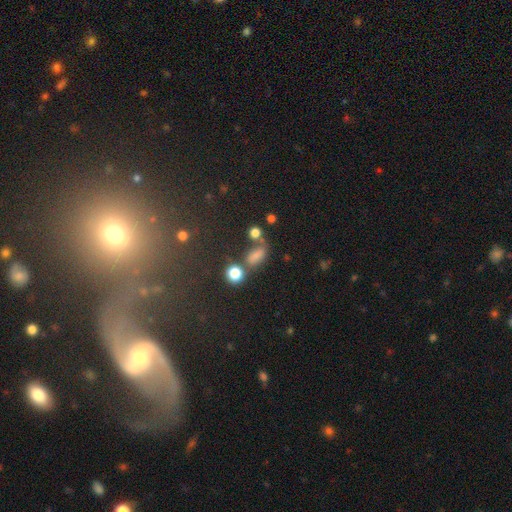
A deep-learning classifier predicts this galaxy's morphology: Overall: smooth (70%). How rounded: in between (73%). Merging: none (46%; merger 22%).